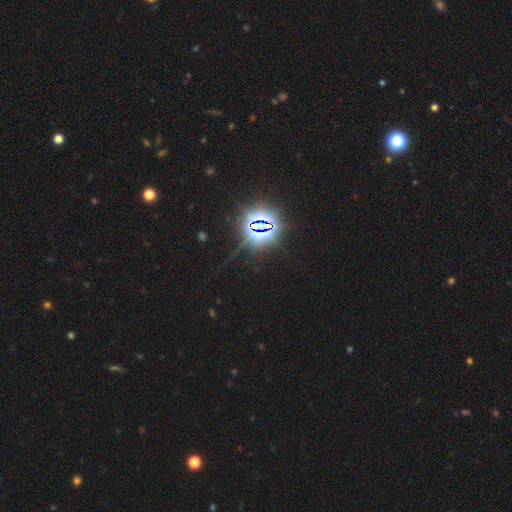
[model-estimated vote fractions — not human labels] Smooth or featured?
  - star or artifact: 85% *
  - smooth: 9%
  - featured or disk: 6%